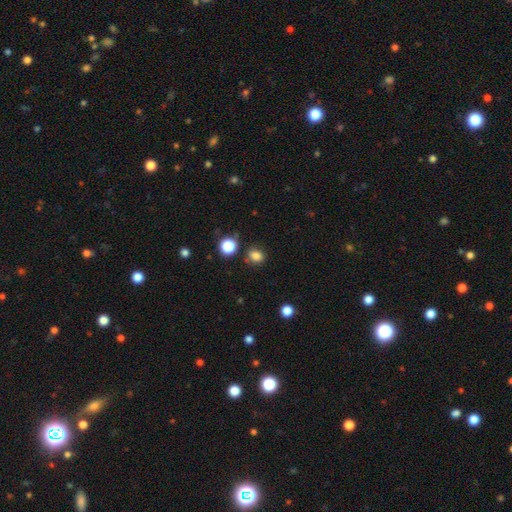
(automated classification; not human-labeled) smooth_or_featured: smooth (p=0.82) [alt: star or artifact p=0.13]
how_rounded: round (p=0.52) [alt: in between p=0.46]
merging: none (p=0.78) [alt: minor disturbance p=0.13]